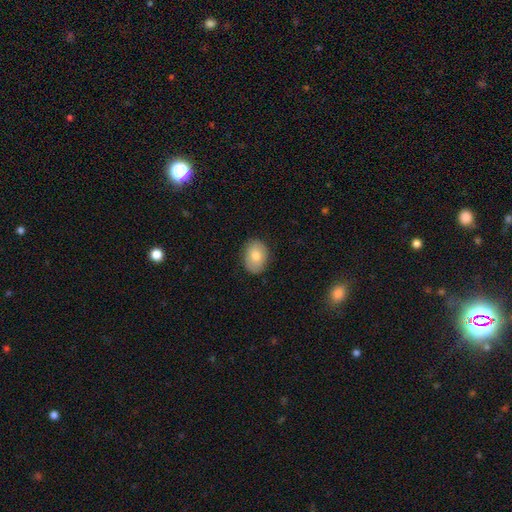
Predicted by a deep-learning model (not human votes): smooth 77%, featured or disk 15%, star or artifact 7%. Down the decision tree: how rounded — in between (72%); merging — none (86%).